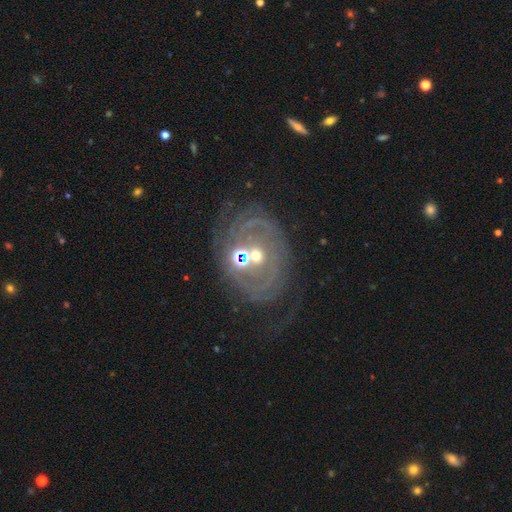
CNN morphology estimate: smooth_or_featured: featured or disk (p=0.71) [alt: star or artifact p=0.16]
disk_edge_on: no (p=0.97) [alt: yes p=0.03]
bar: no (p=0.70) [alt: weak p=0.20]
has_spiral_arms: yes (p=0.78) [alt: no p=0.22]
spiral_winding: tight (p=0.57) [alt: medium p=0.31]
spiral_arm_count: can't tell (p=0.32) [alt: 2 p=0.31]
bulge_size: moderate (p=0.55) [alt: small p=0.32]
merging: none (p=0.55) [alt: minor disturbance p=0.18]